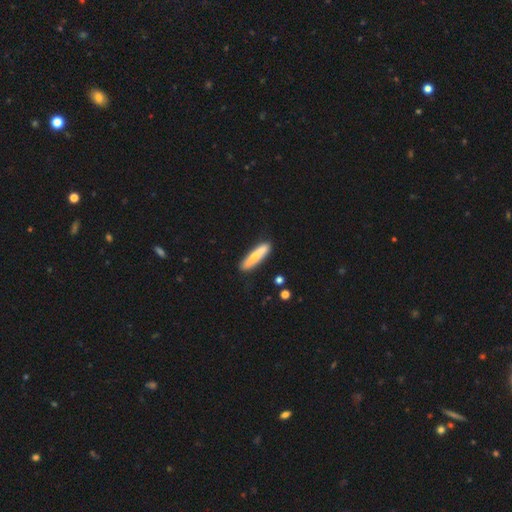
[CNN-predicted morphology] type=smooth (60%); roundness=cigar-shaped (82%); merging=none (86%).